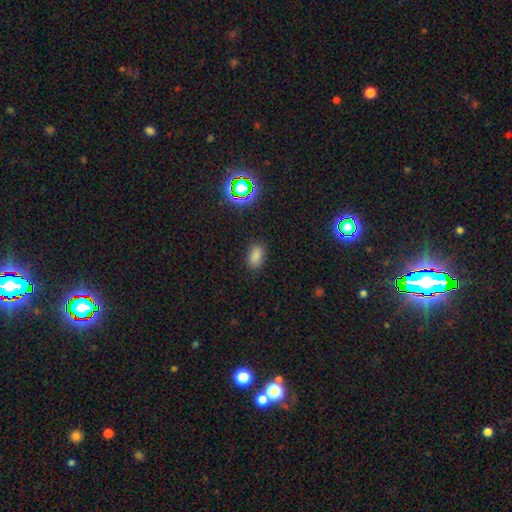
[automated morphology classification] This is likely a smooth galaxy (80%). How rounded: clearly in between (88%). Merging: clearly none (85%).